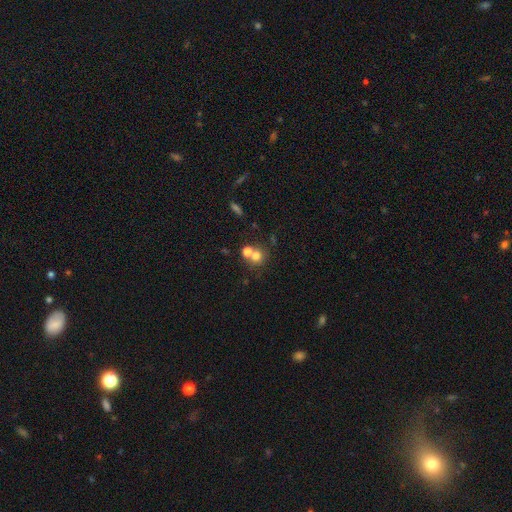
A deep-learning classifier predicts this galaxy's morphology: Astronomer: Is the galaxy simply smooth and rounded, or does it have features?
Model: smooth — 70%.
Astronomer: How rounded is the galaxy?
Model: round — 82%.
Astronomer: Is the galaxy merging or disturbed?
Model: merger — 45% (runner-up: none, 44%).